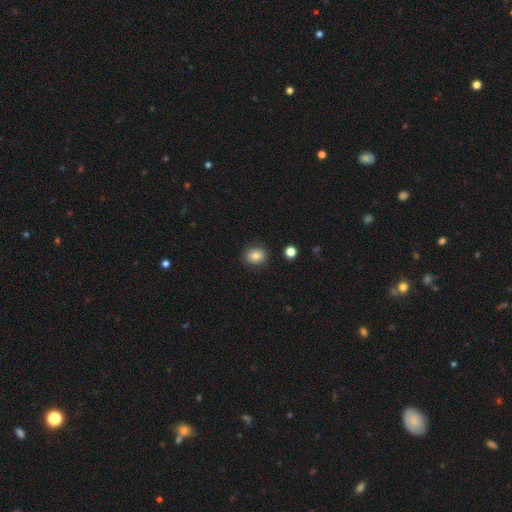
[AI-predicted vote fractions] smooth 81%, star or artifact 10%, featured or disk 9%. Down the decision tree: how rounded — round (66%); merging — none (86%).